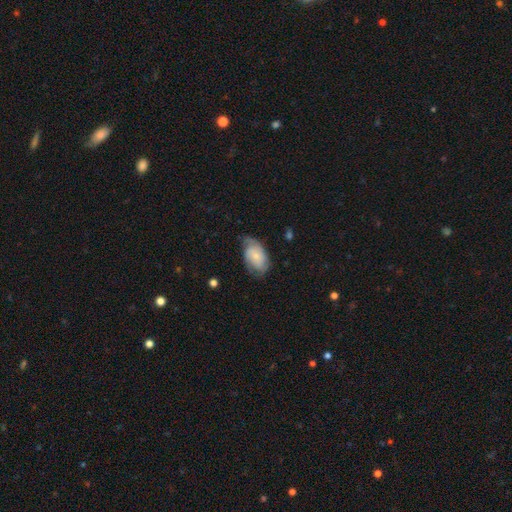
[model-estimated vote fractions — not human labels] A featured or disk galaxy (48%).

Vote fractions:
- Smooth or featured? featured or disk: 48% / smooth: 45% / star or artifact: 6%
- Merging? none: 54% / minor disturbance: 31% / major disturbance: 14% / merger: 1%